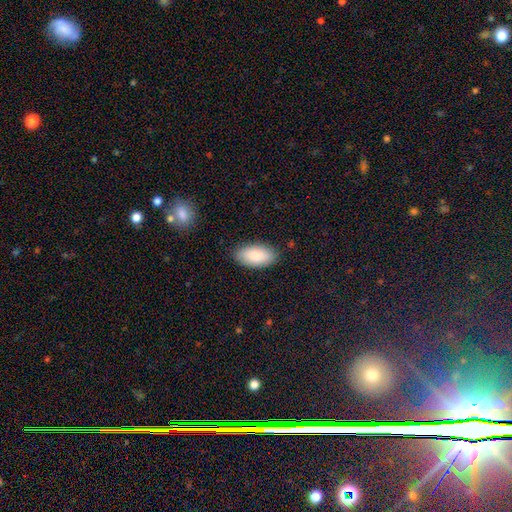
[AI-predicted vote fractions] Q: Smooth or featured?
A: smooth (84%); runner-up: featured or disk (10%)
Q: How rounded?
A: in between (95%); runner-up: cigar-shaped (3%)
Q: Merging?
A: none (87%); runner-up: minor disturbance (10%)